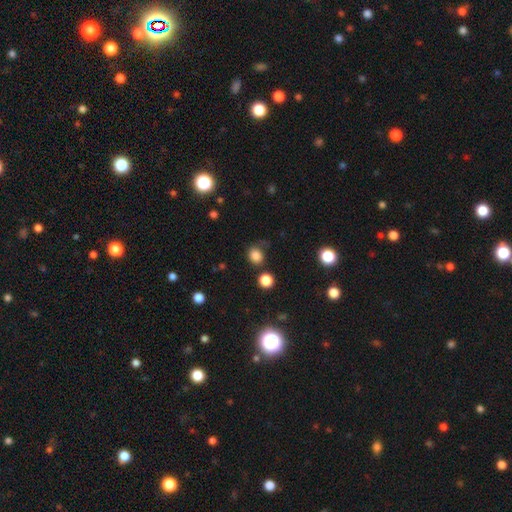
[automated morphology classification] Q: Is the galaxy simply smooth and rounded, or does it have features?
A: smooth — 81%.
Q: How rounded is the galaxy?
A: round — 75%.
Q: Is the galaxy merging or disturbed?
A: none — 72%.